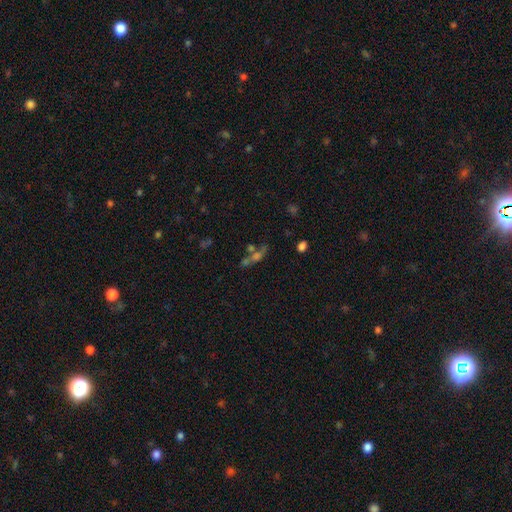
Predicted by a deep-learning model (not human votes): This is marginally a smooth galaxy (35%, tied with featured or disk). Merging: marginally none (43%).